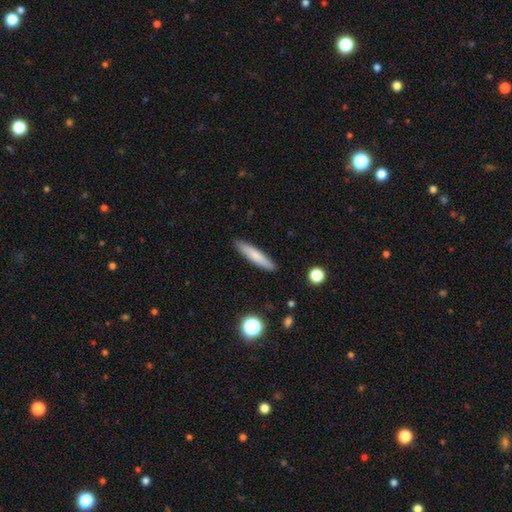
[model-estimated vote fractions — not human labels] A smooth galaxy with no disk features (75%) that is cigar-shaped (89%).

Vote fractions:
- Smooth or featured? smooth: 75% / featured or disk: 18% / star or artifact: 7%
- How rounded? cigar-shaped: 89% / in between: 10% / round: 1%
- Merging? none: 90% / minor disturbance: 8% / major disturbance: 2% / merger: 1%